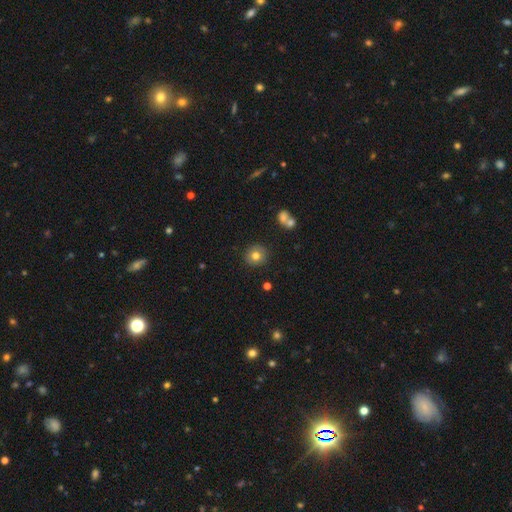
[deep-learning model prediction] This is likely a smooth galaxy (77%). How rounded: clearly round (91%). Merging: clearly none (88%).